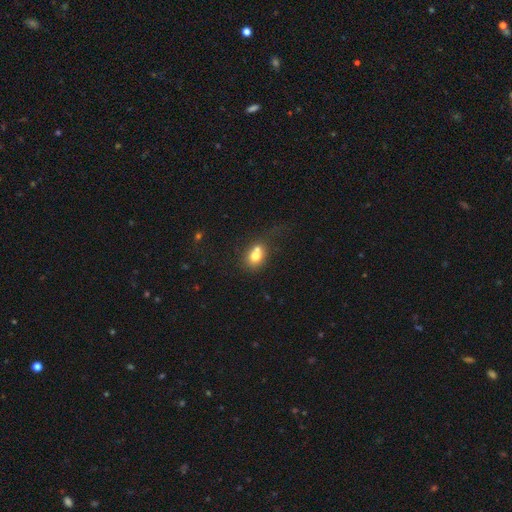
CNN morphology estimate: smooth 71%, featured or disk 18%, star or artifact 11%. Down the decision tree: how rounded — round (56%); merging — merger (49%).